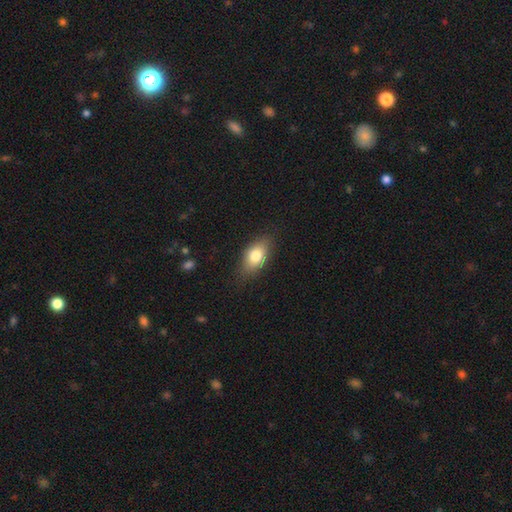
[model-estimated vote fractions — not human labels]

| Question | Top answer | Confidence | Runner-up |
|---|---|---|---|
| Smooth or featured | smooth | 78% | featured or disk (15%) |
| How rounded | in between | 87% | round (8%) |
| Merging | none | 79% | minor disturbance (17%) |